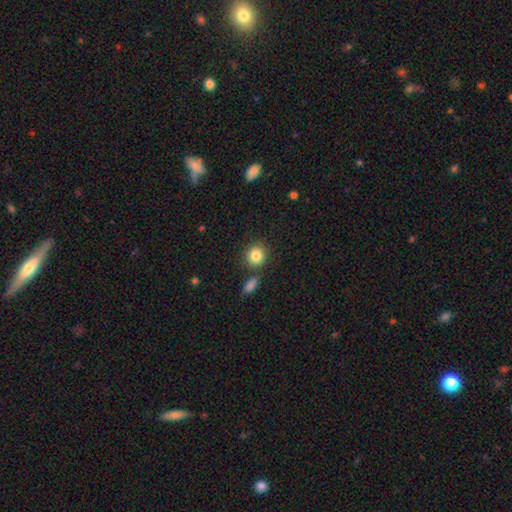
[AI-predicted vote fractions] Smooth or featured: smooth — 85% (star or artifact — 9%)
How rounded: round — 85% (in between — 14%)
Merging: none — 78% (merger — 10%)